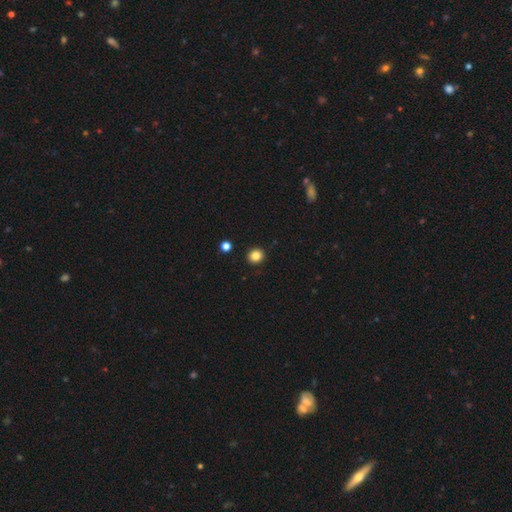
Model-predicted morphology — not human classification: Smooth or featured?
  - smooth: 84% *
  - star or artifact: 11%
  - featured or disk: 5%
How rounded?
  - round: 89% *
  - in between: 10%
  - cigar-shaped: 1%
Merging?
  - none: 92% *
  - minor disturbance: 5%
  - merger: 2%
  - major disturbance: 2%